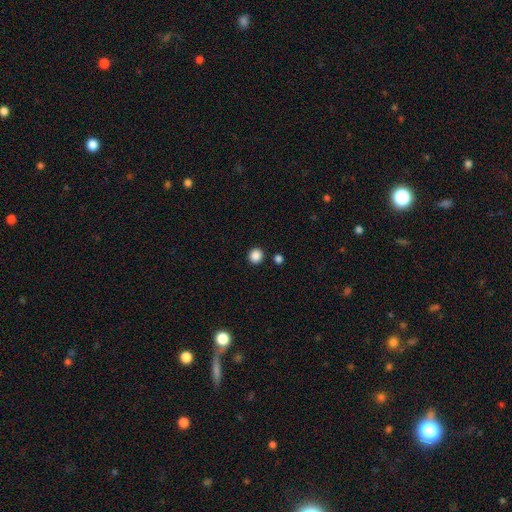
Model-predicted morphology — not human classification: Q: Smooth or featured?
A: smooth (87%); runner-up: star or artifact (10%)
Q: How rounded?
A: round (91%); runner-up: in between (8%)
Q: Merging?
A: none (89%); runner-up: minor disturbance (5%)